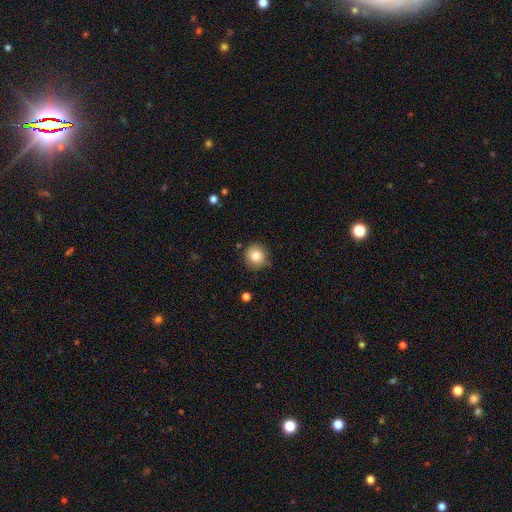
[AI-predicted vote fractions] Q: Smooth or featured?
A: smooth (84%); runner-up: star or artifact (9%)
Q: How rounded?
A: round (91%); runner-up: in between (8%)
Q: Merging?
A: none (82%); runner-up: minor disturbance (13%)